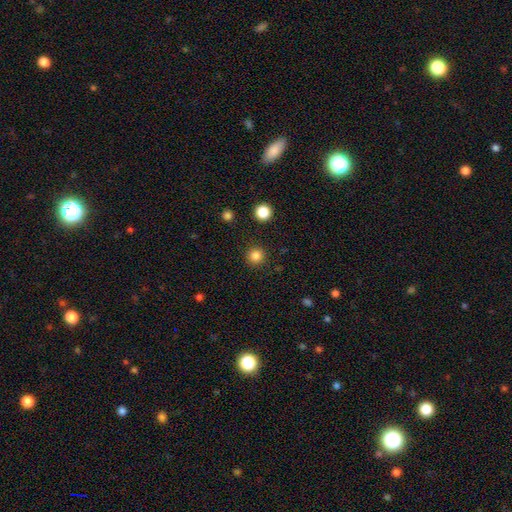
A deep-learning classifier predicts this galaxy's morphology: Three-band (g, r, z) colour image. It shows a smooth galaxy with no disk features (83%) that is round (95%). Merging: none (91%).